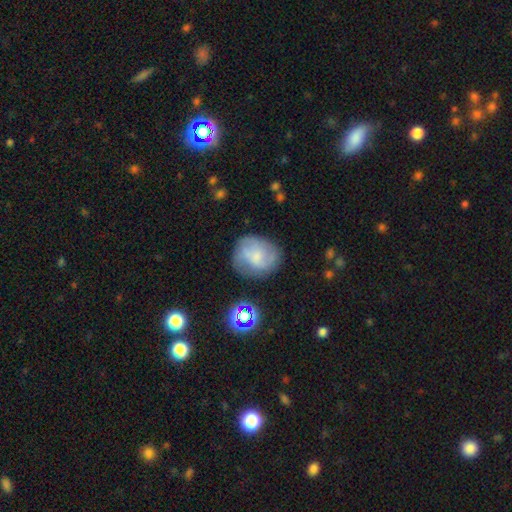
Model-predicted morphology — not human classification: type=featured or disk (48%); merging=none (68%).